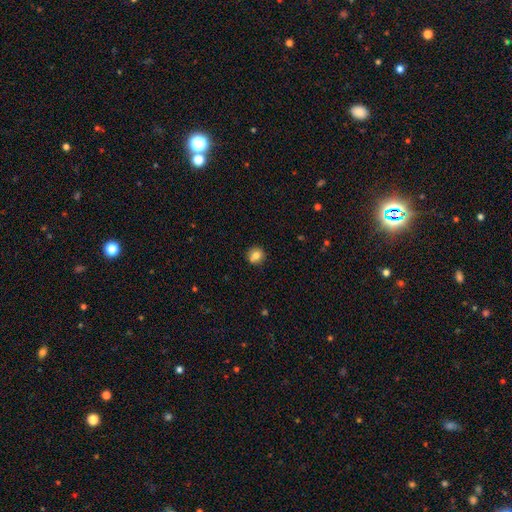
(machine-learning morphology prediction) This appears to be a smooth galaxy with no disk features (81%) that is round (86%). Merging: none (84%).